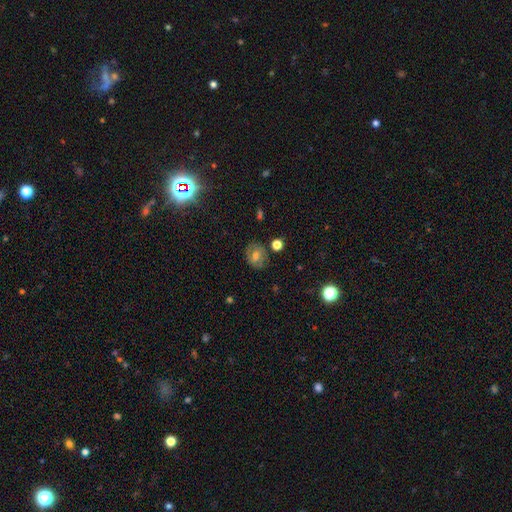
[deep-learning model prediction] Smooth or featured: smooth — 48% (featured or disk — 37%)
Merging: none — 80% (minor disturbance — 14%)